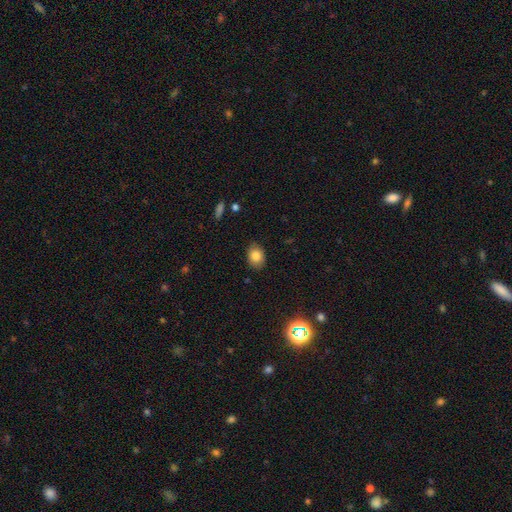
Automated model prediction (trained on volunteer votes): A smooth galaxy with no disk features (83%) that is in between round and cigar-shaped (67%).

Vote fractions:
- Smooth or featured? smooth: 83% / star or artifact: 10% / featured or disk: 7%
- How rounded? in between: 67% / round: 32% / cigar-shaped: 1%
- Merging? none: 83% / minor disturbance: 13% / major disturbance: 3% / merger: 1%